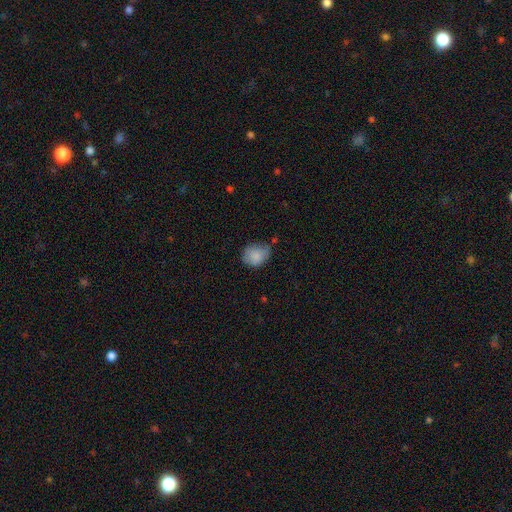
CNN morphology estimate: Smooth or featured?
  - smooth: 83% *
  - featured or disk: 9%
  - star or artifact: 8%
How rounded?
  - round: 61% *
  - in between: 38%
  - cigar-shaped: 1%
Merging?
  - none: 49% *
  - minor disturbance: 36%
  - major disturbance: 9%
  - merger: 5%